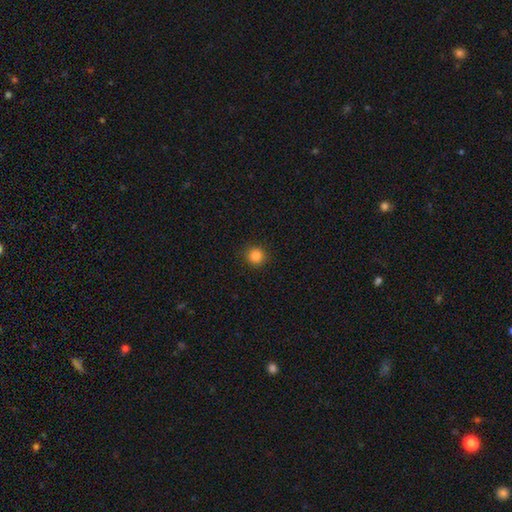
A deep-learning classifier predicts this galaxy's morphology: Q: Smooth or featured?
A: smooth (86%); runner-up: star or artifact (11%)
Q: How rounded?
A: round (93%); runner-up: in between (6%)
Q: Merging?
A: none (91%); runner-up: minor disturbance (6%)